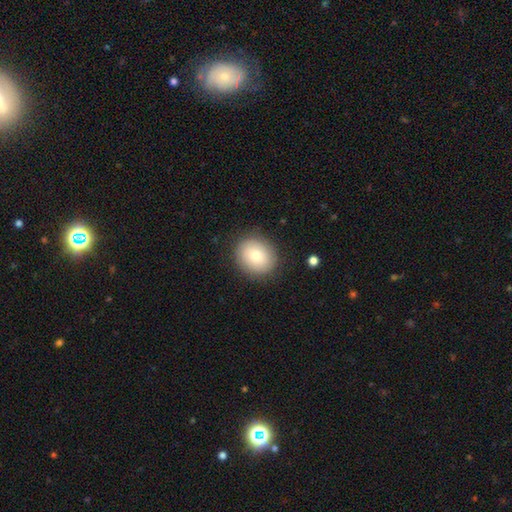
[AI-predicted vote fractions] Overall: smooth (79%). How rounded: round (68%; in between 31%). Merging: none (85%).